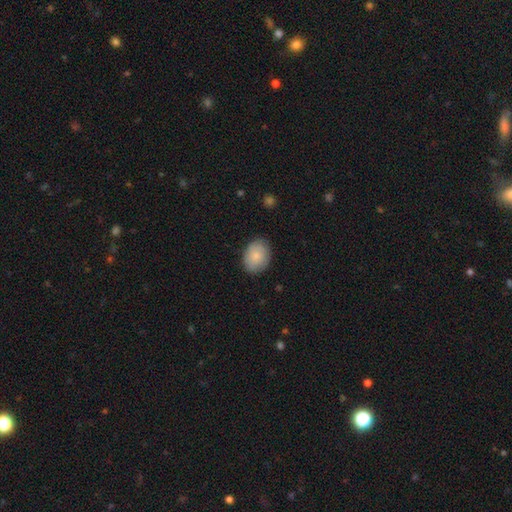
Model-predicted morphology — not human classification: A smooth galaxy with no disk features (78%) that is in between round and cigar-shaped (68%). Merging: none (81%).